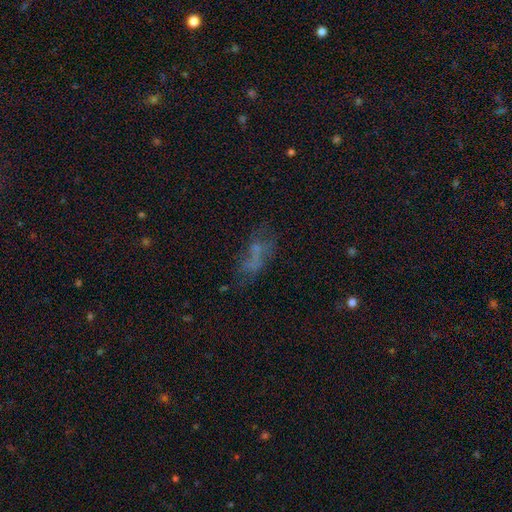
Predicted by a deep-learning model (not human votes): Smooth or featured? smooth (42%)
Merging? none (44%)